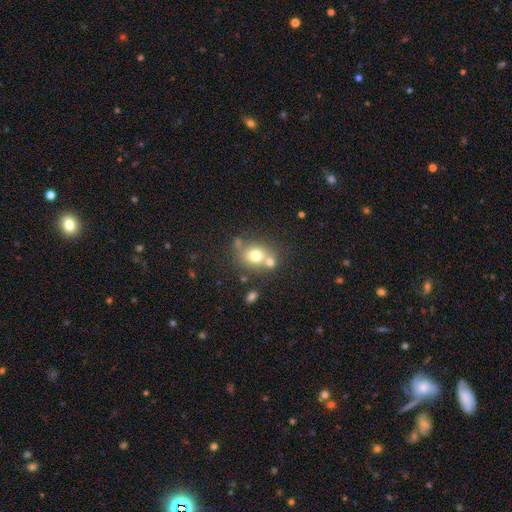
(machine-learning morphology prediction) A smooth galaxy with no disk features (71%) that is round (63%).

Vote fractions:
- Smooth or featured? smooth: 71% / featured or disk: 16% / star or artifact: 12%
- How rounded? round: 63% / in between: 36% / cigar-shaped: 1%
- Merging? none: 48% / merger: 36% / minor disturbance: 11% / major disturbance: 5%